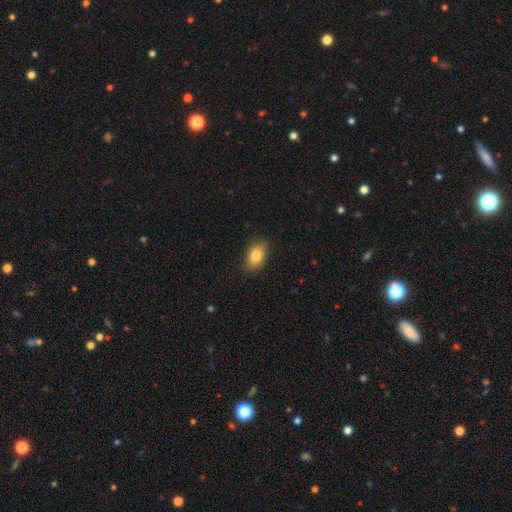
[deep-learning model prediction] The model was most divided on "merging": none: 84%, minor disturbance: 12%, major disturbance: 3%, merger: 1%. More confident: how rounded — in between (88%); smooth or featured — smooth (85%).